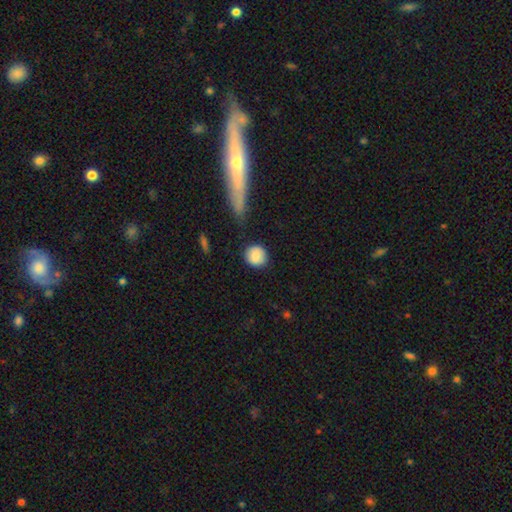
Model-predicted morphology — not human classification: type=smooth (86%); roundness=round (89%); merging=none (82%).